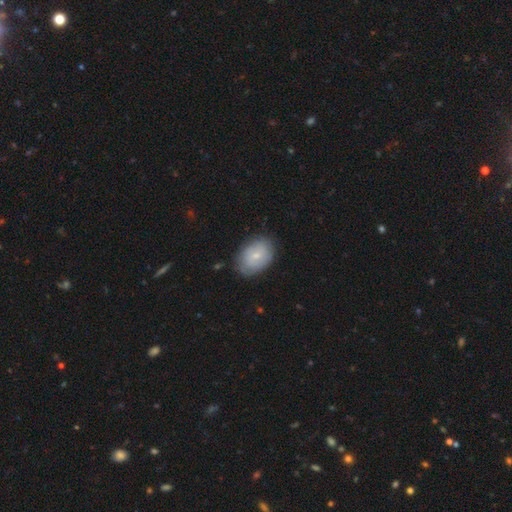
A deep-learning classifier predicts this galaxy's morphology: A smooth galaxy with no disk features (61%) that is in between round and cigar-shaped (80%). Merging: none (77%).